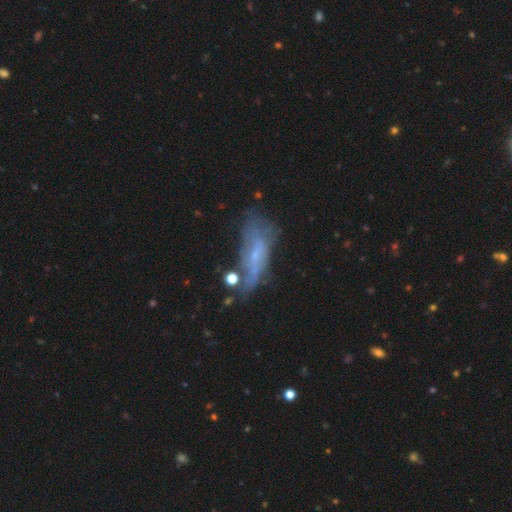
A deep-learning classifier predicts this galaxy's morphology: Smooth or featured? Predicted: featured or disk (p=0.53). Edge-on disk? Predicted: no (p=0.75). Merging? Predicted: none (p=0.46).